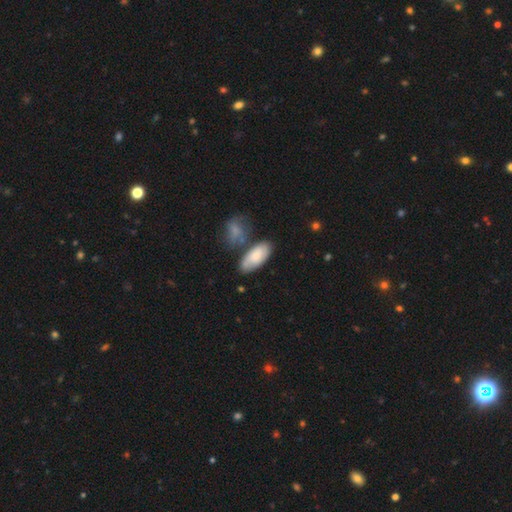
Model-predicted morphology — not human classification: Smooth or featured? Predicted: smooth (p=0.72). How rounded? Predicted: in between (p=0.90). Merging? Predicted: none (p=0.62).